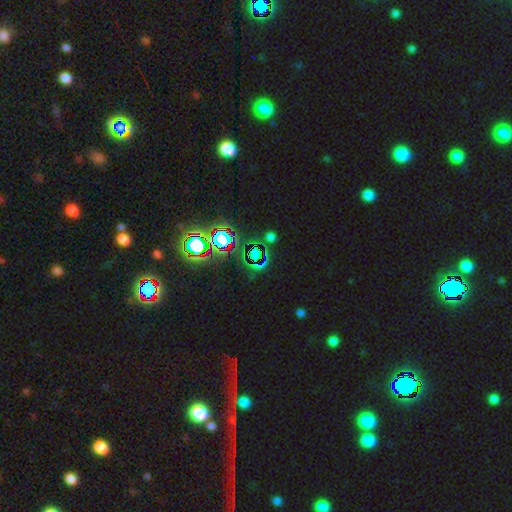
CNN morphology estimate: Q: Smooth or featured?
A: star or artifact (76%); runner-up: smooth (14%)